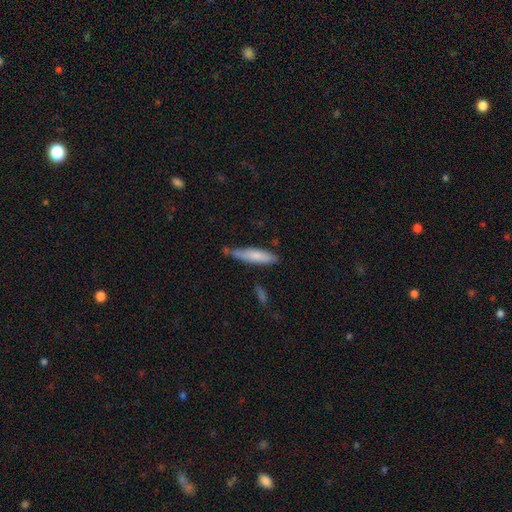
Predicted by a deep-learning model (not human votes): The model was most divided on "merging": none: 62%, minor disturbance: 26%, merger: 7%, major disturbance: 5%. More confident: smooth or featured — smooth (75%); how rounded — cigar-shaped (70%).